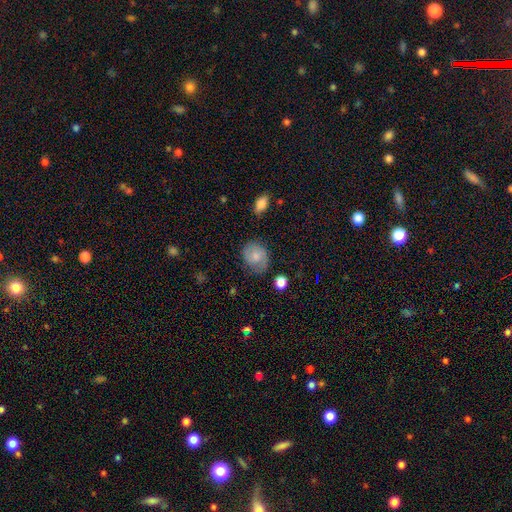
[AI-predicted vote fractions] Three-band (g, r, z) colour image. It shows a smooth galaxy with no disk features (65%) that is round (59%). Merging: none (71%).